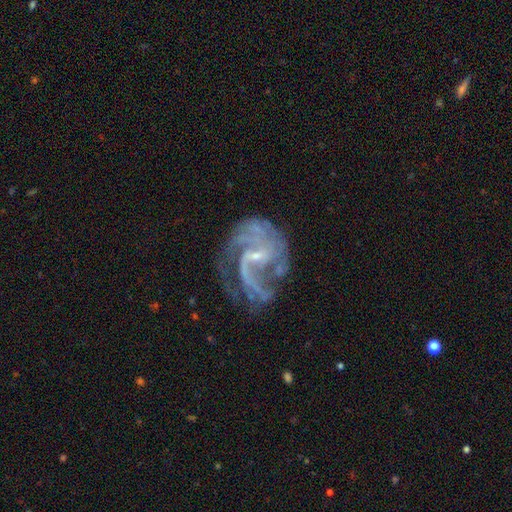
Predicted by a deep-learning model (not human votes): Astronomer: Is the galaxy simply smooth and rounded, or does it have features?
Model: featured or disk — 87%.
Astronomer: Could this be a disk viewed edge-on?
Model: no — 98%.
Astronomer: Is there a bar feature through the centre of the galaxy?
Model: weak — 50% (runner-up: no, 33%).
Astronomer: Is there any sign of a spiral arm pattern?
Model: yes — 94%.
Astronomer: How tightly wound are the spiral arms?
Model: medium — 48% (runner-up: loose, 31%).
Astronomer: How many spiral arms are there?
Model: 2 — 36% (runner-up: 3, 20%).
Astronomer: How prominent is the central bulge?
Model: small — 78%.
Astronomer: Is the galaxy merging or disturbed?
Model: none — 48% (runner-up: major disturbance, 28%).